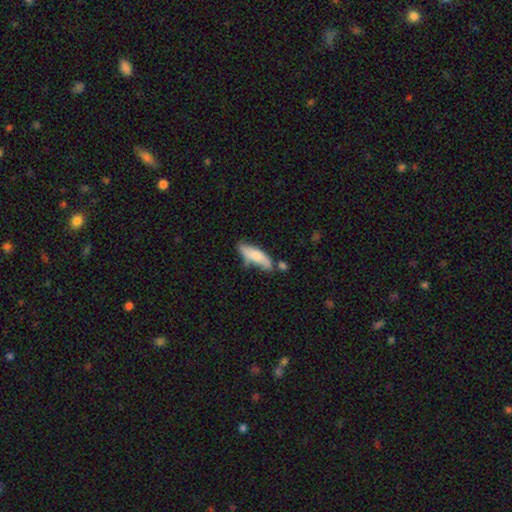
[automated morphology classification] This appears to be a smooth galaxy with no disk features (71%) that is in between round and cigar-shaped (50%). Merging: none (47%).